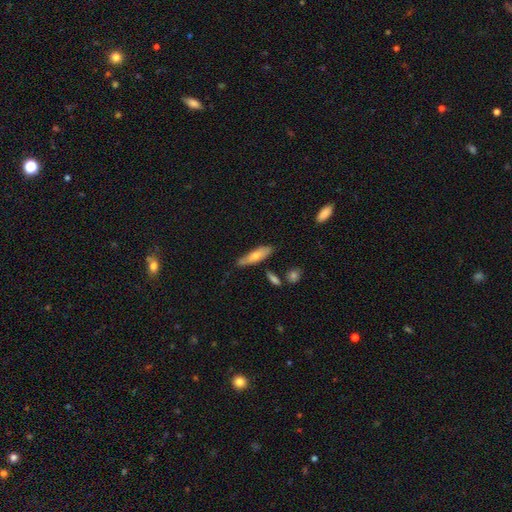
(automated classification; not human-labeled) Smooth or featured? smooth (65%)
How rounded? cigar-shaped (52%)
Merging? none (61%)